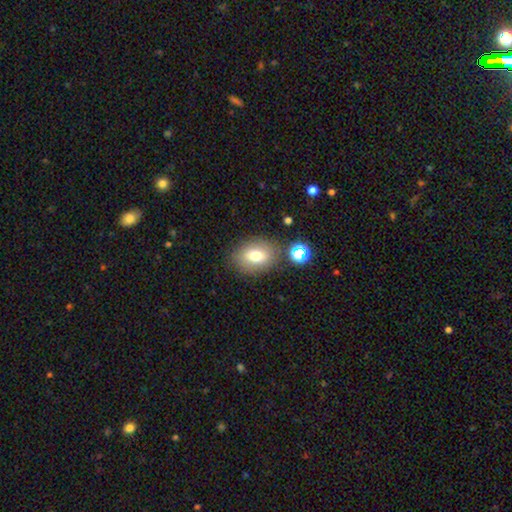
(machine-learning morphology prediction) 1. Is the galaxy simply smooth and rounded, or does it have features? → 74% smooth, 14% featured or disk, 12% star or artifact.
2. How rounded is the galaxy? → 68% in between, 31% round, 1% cigar-shaped.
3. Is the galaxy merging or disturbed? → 77% none, 12% minor disturbance, 6% merger, 4% major disturbance.